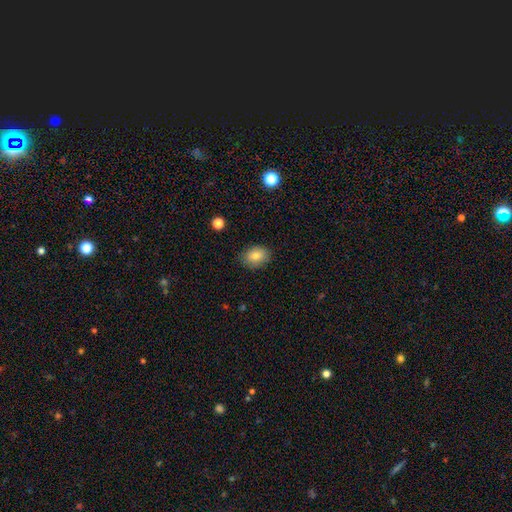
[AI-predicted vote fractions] Smooth or featured?
  - smooth: 83% *
  - star or artifact: 9%
  - featured or disk: 8%
How rounded?
  - in between: 66% *
  - round: 33%
  - cigar-shaped: 1%
Merging?
  - none: 84% *
  - minor disturbance: 12%
  - major disturbance: 3%
  - merger: 1%